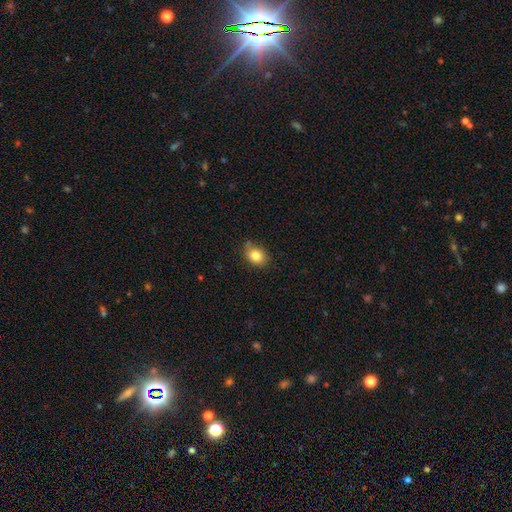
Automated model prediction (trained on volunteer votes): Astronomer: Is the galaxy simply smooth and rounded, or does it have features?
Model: smooth — 83%.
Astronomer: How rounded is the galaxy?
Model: in between — 62% (runner-up: round, 37%).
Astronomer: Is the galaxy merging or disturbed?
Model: none — 72%.